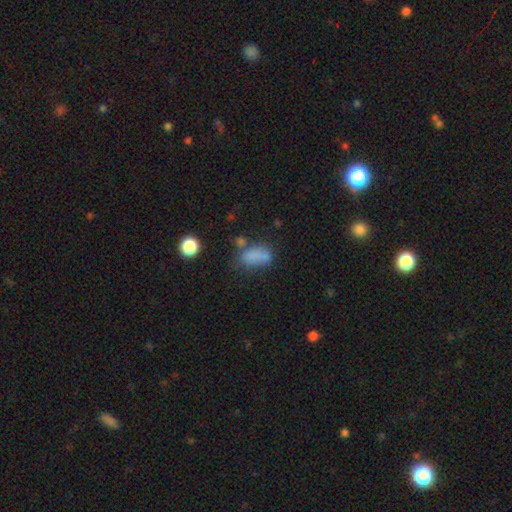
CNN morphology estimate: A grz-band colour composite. It shows a smooth galaxy with no disk features (74%) that is in between round and cigar-shaped (84%). Merging: none (40%).